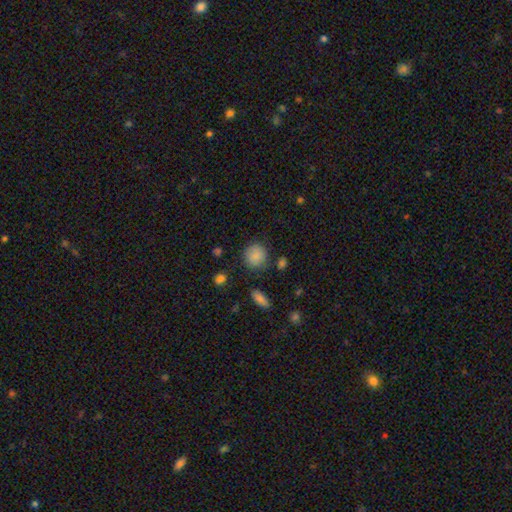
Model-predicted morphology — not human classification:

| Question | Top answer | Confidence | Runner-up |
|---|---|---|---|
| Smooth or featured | smooth | 85% | star or artifact (9%) |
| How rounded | round | 88% | in between (11%) |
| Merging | none | 82% | minor disturbance (12%) |